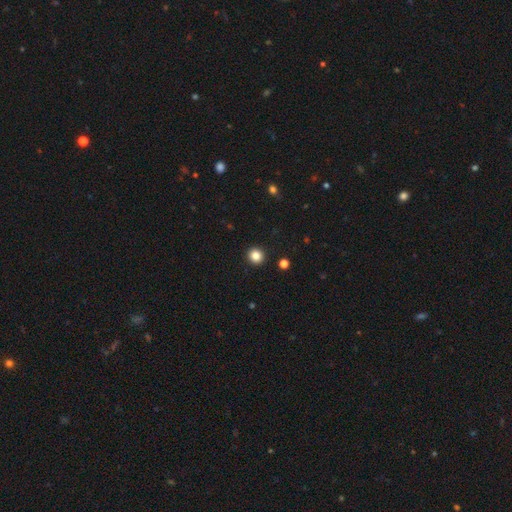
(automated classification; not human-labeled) smooth-or-featured: smooth: 84% | star or artifact: 11% | featured or disk: 4%
  how-rounded: round: 94% | in between: 6% | cigar-shaped: 1%
  merging: none: 93% | minor disturbance: 4% | major disturbance: 2% | merger: 1%